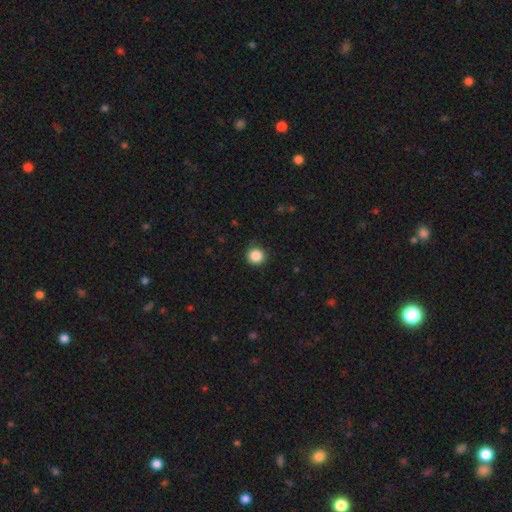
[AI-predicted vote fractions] A smooth galaxy with no disk features (87%) that is round (95%). Merging: none (88%).